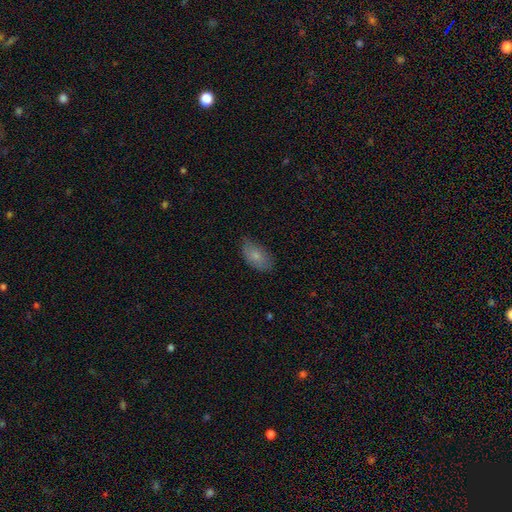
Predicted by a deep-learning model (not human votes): Morphology: type=smooth (76%); roundness=in between (93%); merging=none (71%).